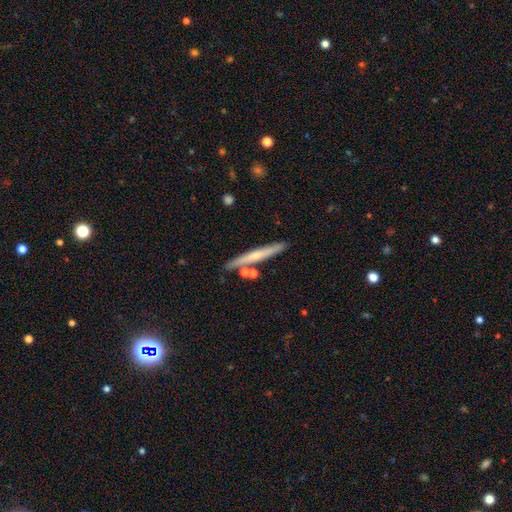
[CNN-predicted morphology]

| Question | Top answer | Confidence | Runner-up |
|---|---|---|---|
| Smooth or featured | smooth | 48% | featured or disk (46%) |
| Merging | none | 83% | minor disturbance (10%) |